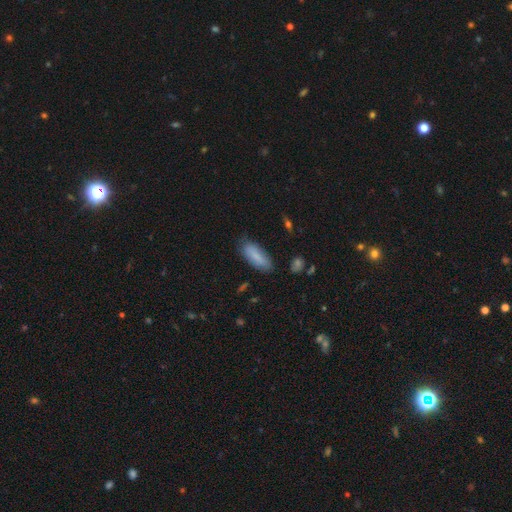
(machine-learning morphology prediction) This appears to be a smooth galaxy with no disk features (84%) that is in between round and cigar-shaped (67%). Merging: none (75%).